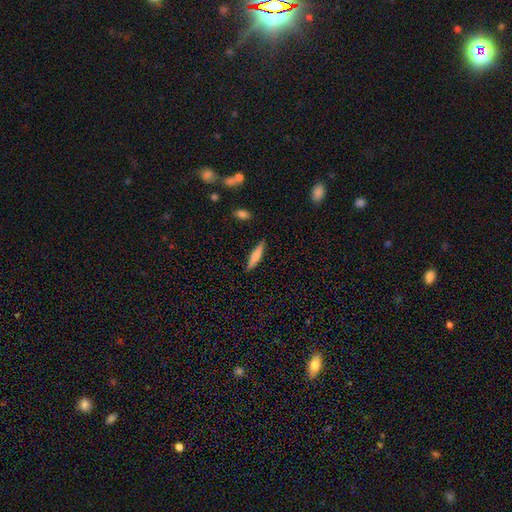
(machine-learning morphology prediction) A smooth galaxy with no disk features (73%) that is cigar-shaped (84%).

Vote fractions:
- Smooth or featured? smooth: 73% / featured or disk: 21% / star or artifact: 6%
- How rounded? cigar-shaped: 84% / in between: 14% / round: 1%
- Merging? none: 87% / minor disturbance: 9% / major disturbance: 2% / merger: 2%